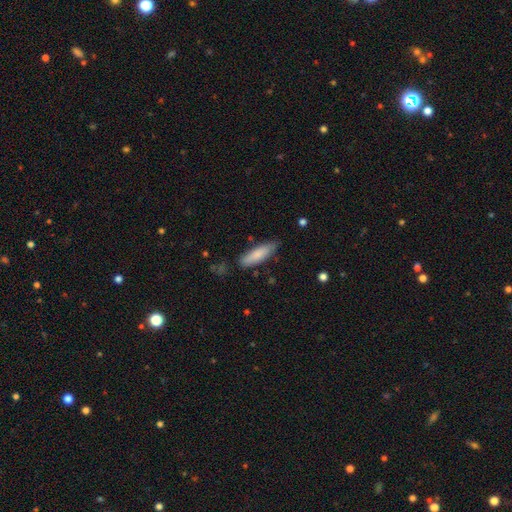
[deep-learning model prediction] Q: Smooth or featured?
A: smooth (83%); runner-up: featured or disk (11%)
Q: How rounded?
A: cigar-shaped (53%); runner-up: in between (46%)
Q: Merging?
A: none (75%); runner-up: minor disturbance (19%)